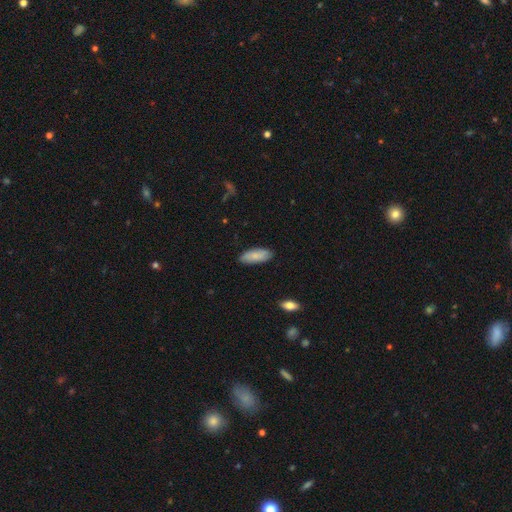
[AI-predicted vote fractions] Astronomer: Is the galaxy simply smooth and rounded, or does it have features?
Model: smooth — 80%.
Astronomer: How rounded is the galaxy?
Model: in between — 79%.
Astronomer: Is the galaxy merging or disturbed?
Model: none — 86%.